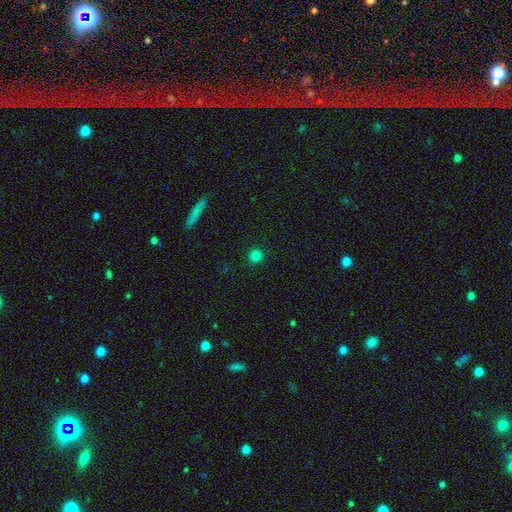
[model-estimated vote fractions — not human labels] smooth-or-featured: smooth: 82% | star or artifact: 14% | featured or disk: 4%
  how-rounded: round: 94% | in between: 5% | cigar-shaped: 1%
  merging: none: 92% | minor disturbance: 5% | major disturbance: 2% | merger: 1%